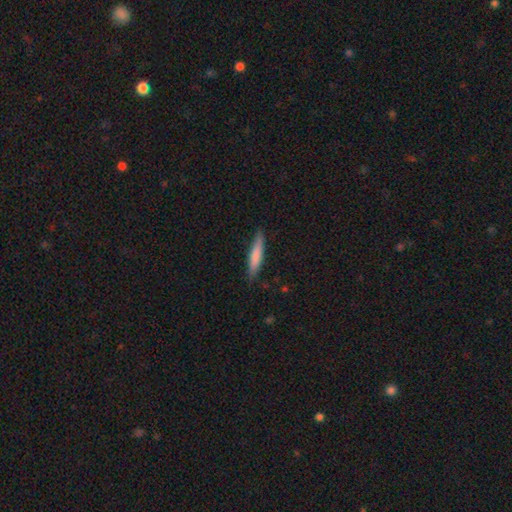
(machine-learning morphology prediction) Smooth or featured: smooth — 76% (featured or disk — 19%)
How rounded: cigar-shaped — 88% (in between — 10%)
Merging: none — 85% (minor disturbance — 12%)